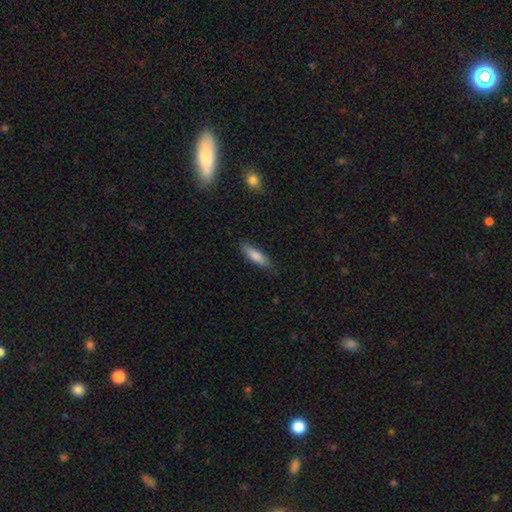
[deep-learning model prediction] smooth_or_featured: smooth (p=0.77) [alt: featured or disk p=0.16]
how_rounded: cigar-shaped (p=0.64) [alt: in between p=0.34]
merging: none (p=0.85) [alt: minor disturbance p=0.12]